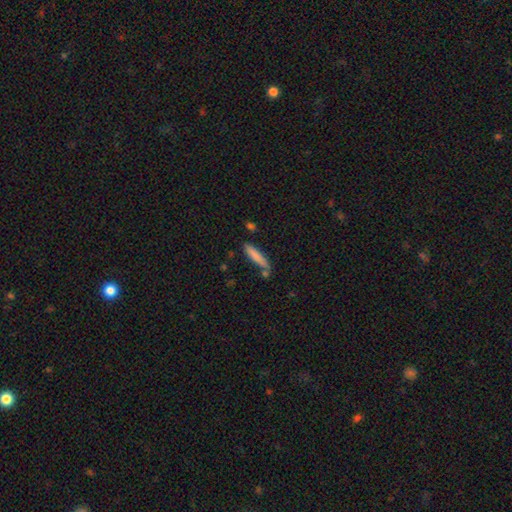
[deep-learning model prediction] The model was most divided on "merging": none: 70%, minor disturbance: 16%, merger: 10%, major disturbance: 4%. More confident: how rounded — cigar-shaped (86%); smooth or featured — smooth (80%).